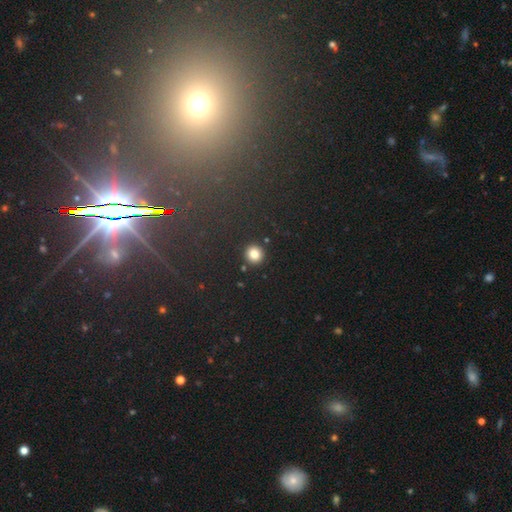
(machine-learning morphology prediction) This is clearly a smooth galaxy (83%). How rounded: clearly round (94%). Merging: clearly none (91%).